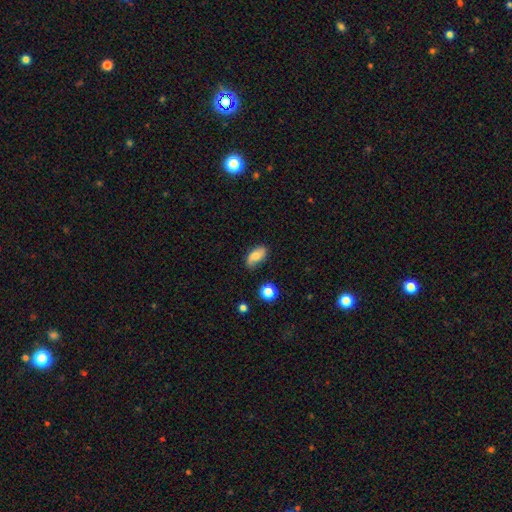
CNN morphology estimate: The model was most divided on "merging": none: 71%, minor disturbance: 22%, major disturbance: 4%, merger: 2%. More confident: how rounded — in between (90%); smooth or featured — smooth (72%).